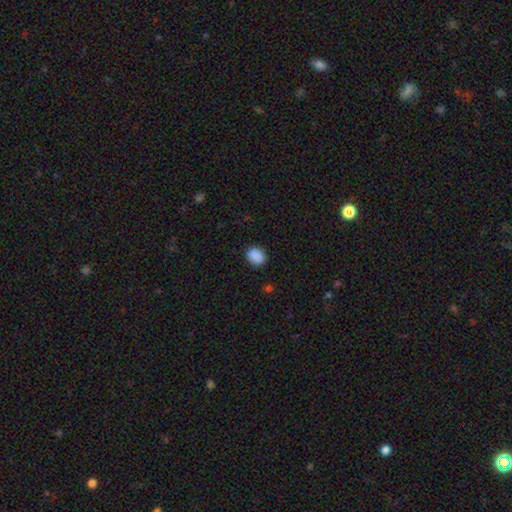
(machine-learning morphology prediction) A smooth galaxy with no disk features (89%) that is in between round and cigar-shaped (56%). Merging: none (86%).